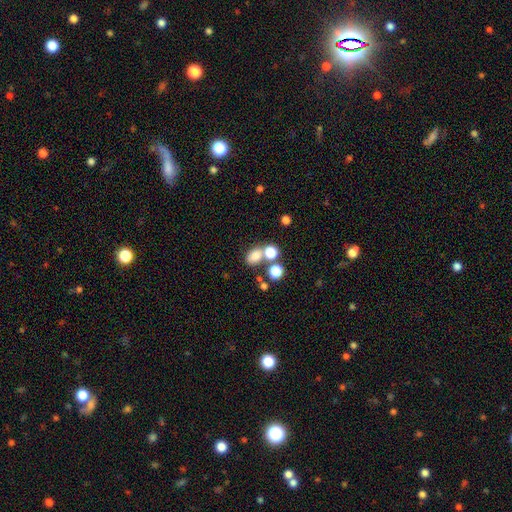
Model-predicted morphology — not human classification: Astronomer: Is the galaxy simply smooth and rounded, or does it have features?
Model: smooth — 76%.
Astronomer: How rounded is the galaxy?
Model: in between — 62% (runner-up: round, 37%).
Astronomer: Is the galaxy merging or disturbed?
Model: none — 49% (runner-up: merger, 35%).